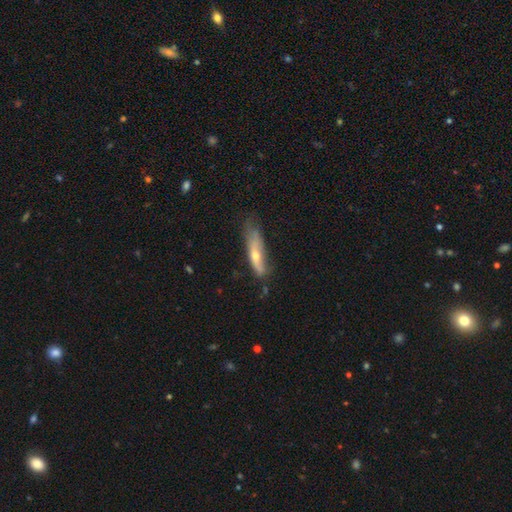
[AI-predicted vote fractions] A featured or disk galaxy (49%).

Vote fractions:
- Smooth or featured? featured or disk: 49% / smooth: 43% / star or artifact: 8%
- Merging? none: 51% / minor disturbance: 33% / major disturbance: 13% / merger: 3%